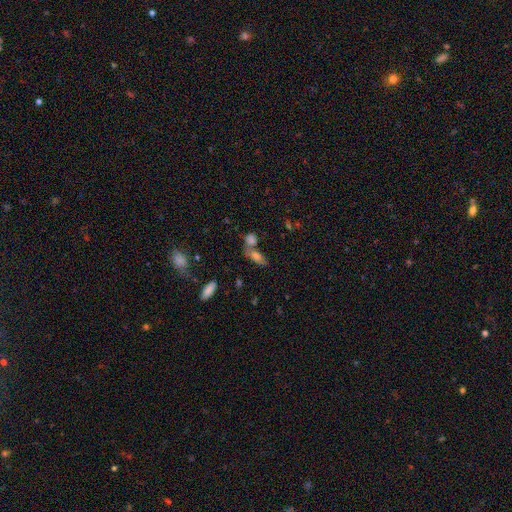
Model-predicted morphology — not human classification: This appears to be a smooth galaxy with no disk features (69%) that is in between round and cigar-shaped (73%). Merging: none (43%).